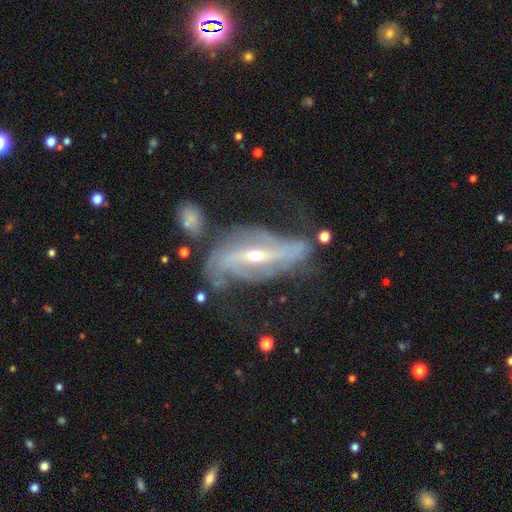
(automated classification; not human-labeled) Smooth or featured: featured or disk — 87% (smooth — 7%)
Edge-on disk: no — 86% (yes — 14%)
Bar: strong — 59% (weak — 26%)
Spiral arms: yes — 92% (no — 8%)
Spiral winding: medium — 37% (loose — 36%)
Spiral arm count: 2 — 74% (can't tell — 13%)
Bulge size: small — 57% (moderate — 39%)
Merging: none — 51% (minor disturbance — 25%)